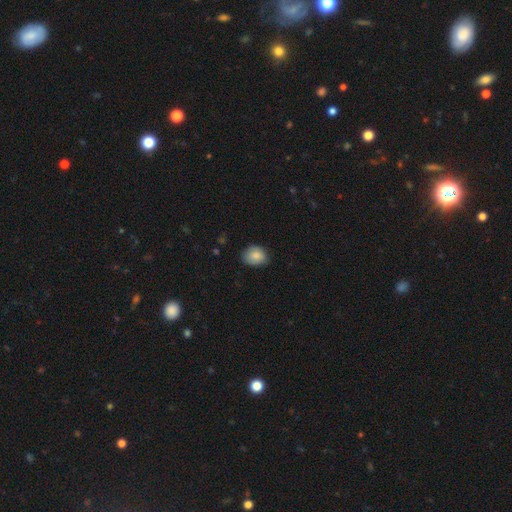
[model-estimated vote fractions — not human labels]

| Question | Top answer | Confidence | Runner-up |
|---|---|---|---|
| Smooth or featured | smooth | 85% | star or artifact (8%) |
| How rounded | in between | 50% | round (49%) |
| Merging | none | 75% | minor disturbance (21%) |